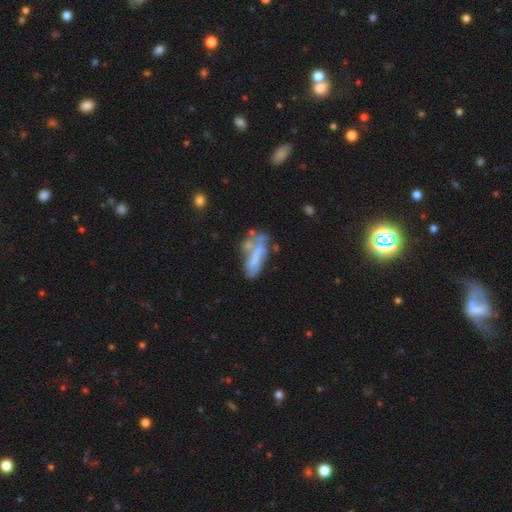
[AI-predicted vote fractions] A smooth galaxy with no disk features (48%).

Vote fractions:
- Smooth or featured? smooth: 48% / featured or disk: 42% / star or artifact: 11%
- Merging? none: 32% / minor disturbance: 24% / major disturbance: 23% / merger: 22%